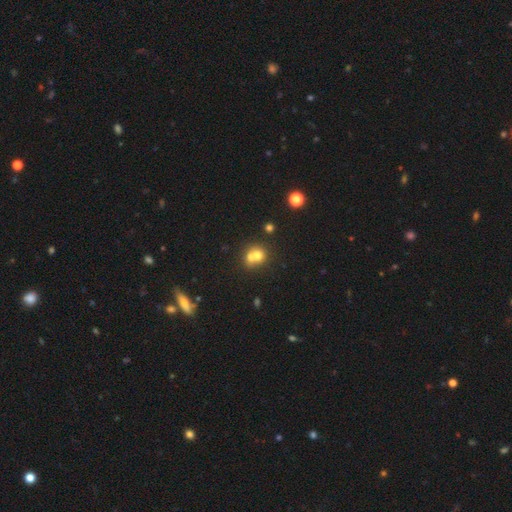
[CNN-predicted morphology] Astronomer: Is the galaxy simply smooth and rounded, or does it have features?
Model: smooth — 67%.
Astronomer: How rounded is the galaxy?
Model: round — 78%.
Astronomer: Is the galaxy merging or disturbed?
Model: merger — 59%.